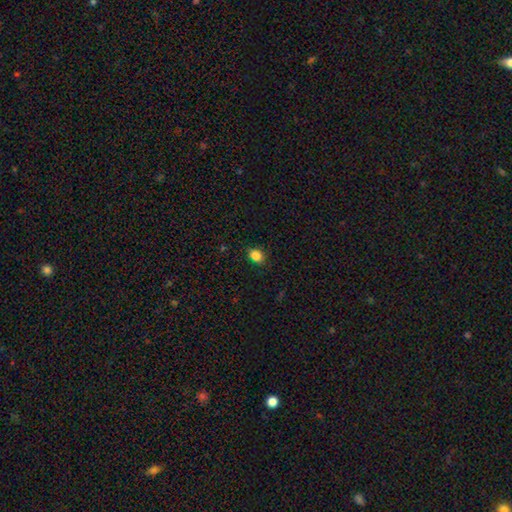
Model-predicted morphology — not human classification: Smooth or featured? Predicted: smooth (p=0.85). How rounded? Predicted: in between (p=0.50). Merging? Predicted: none (p=0.86).